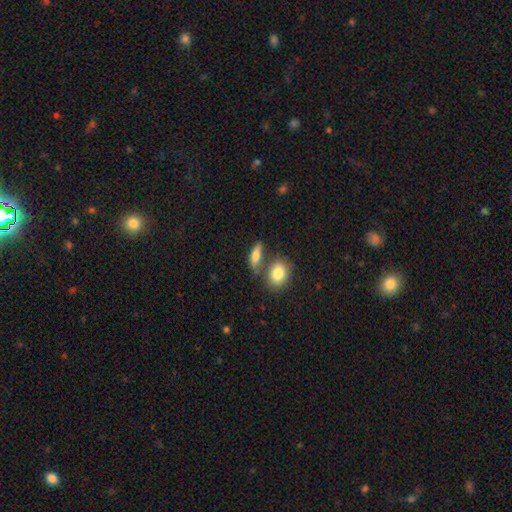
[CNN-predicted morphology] smooth 79%, featured or disk 13%, star or artifact 8%. Down the decision tree: how rounded — in between (64%); merging — none (56%).